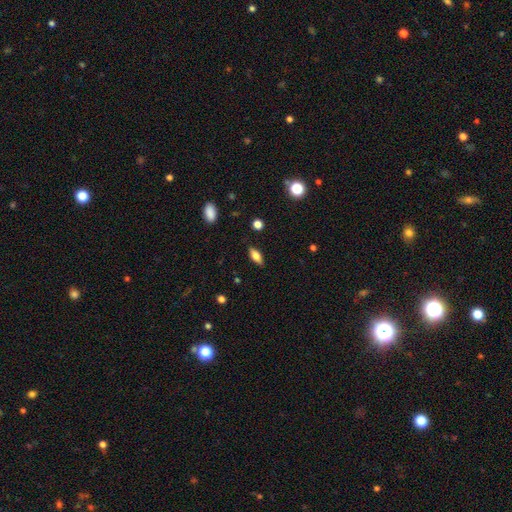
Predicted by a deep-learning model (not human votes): The model was most divided on "smooth or featured": smooth: 66%, featured or disk: 25%, star or artifact: 8%. More confident: merging — none (86%); how rounded — in between (76%).